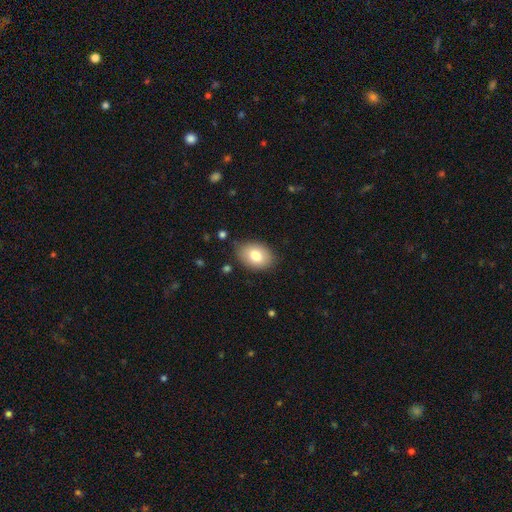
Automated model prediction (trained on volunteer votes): Morphology: type=smooth (79%); roundness=in between (82%); merging=none (81%).